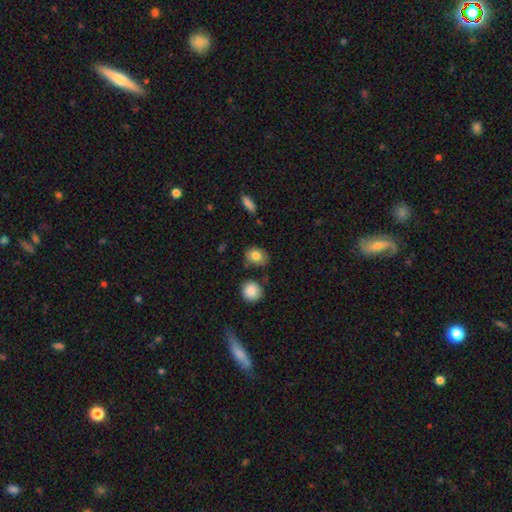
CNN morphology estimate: smooth-or-featured: smooth: 81% | featured or disk: 11% | star or artifact: 8%
  how-rounded: in between: 61% | round: 38% | cigar-shaped: 1%
  merging: none: 75% | minor disturbance: 16% | merger: 5% | major disturbance: 4%